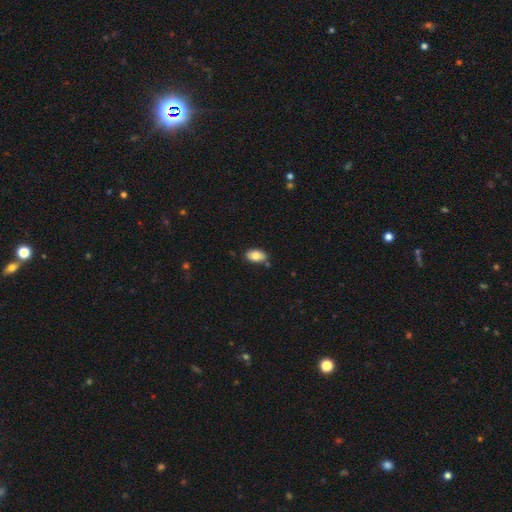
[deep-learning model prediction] Smooth or featured?
  - smooth: 82% *
  - featured or disk: 11%
  - star or artifact: 7%
How rounded?
  - in between: 92% *
  - round: 6%
  - cigar-shaped: 2%
Merging?
  - none: 78% *
  - minor disturbance: 14%
  - merger: 5%
  - major disturbance: 3%